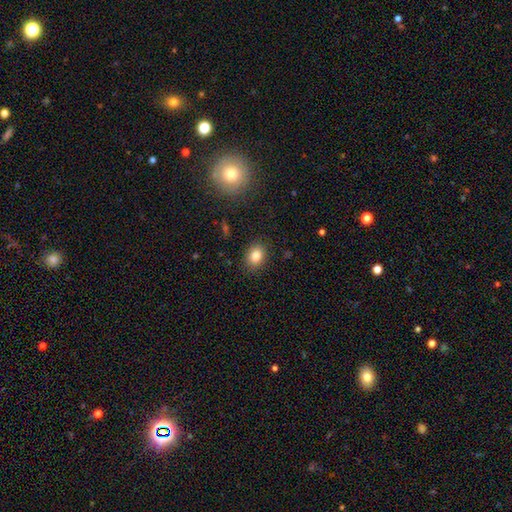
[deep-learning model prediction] This appears to be a smooth galaxy with no disk features (84%) that is in between round and cigar-shaped (68%). Merging: none (86%).